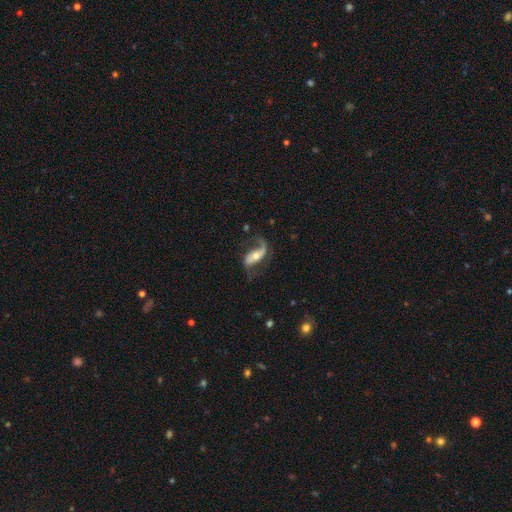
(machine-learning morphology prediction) This appears to be a featured or disk galaxy (84%) with a strong bar (36%), 2 (83%) loose (68%) spiral arms (95%) and a moderate central bulge (57%). Merging: none (66%).